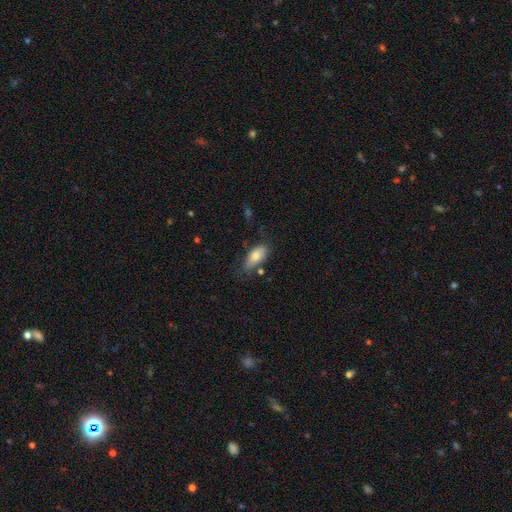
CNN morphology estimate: Smooth or featured? Predicted: smooth (p=0.77). How rounded? Predicted: in between (p=0.88). Merging? Predicted: none (p=0.66).